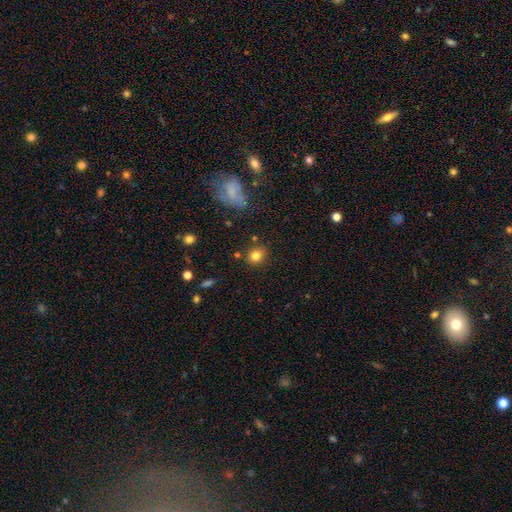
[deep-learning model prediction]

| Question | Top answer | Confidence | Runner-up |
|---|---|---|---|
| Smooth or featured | smooth | 81% | star or artifact (12%) |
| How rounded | round | 72% | in between (27%) |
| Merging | none | 83% | minor disturbance (10%) |